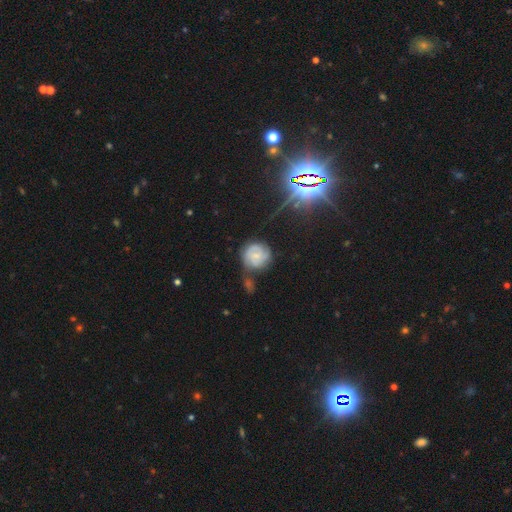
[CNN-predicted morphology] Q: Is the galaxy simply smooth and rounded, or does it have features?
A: featured or disk — 49%.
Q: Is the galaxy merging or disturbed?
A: none — 53%.